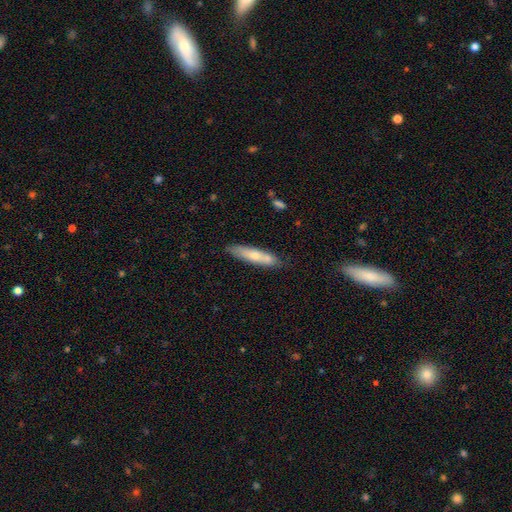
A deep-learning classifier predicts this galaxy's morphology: smooth-or-featured: smooth: 60% | featured or disk: 34% | star or artifact: 6%
  how-rounded: cigar-shaped: 84% | in between: 14% | round: 2%
  merging: none: 73% | minor disturbance: 17% | merger: 8% | major disturbance: 3%